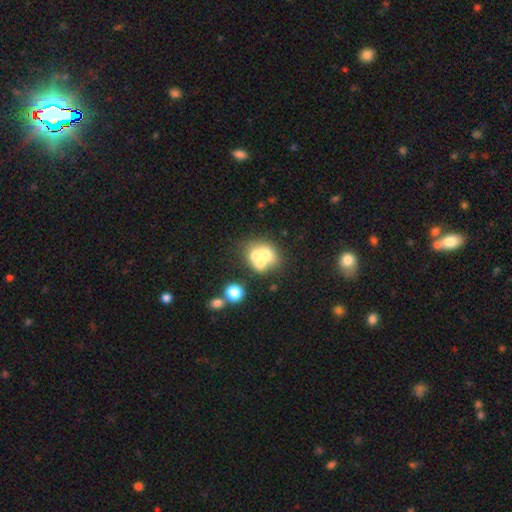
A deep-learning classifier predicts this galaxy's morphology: The model was most divided on "smooth or featured": smooth: 55%, featured or disk: 32%, star or artifact: 13%. More confident: how rounded — round (64%); merging — merger (62%).